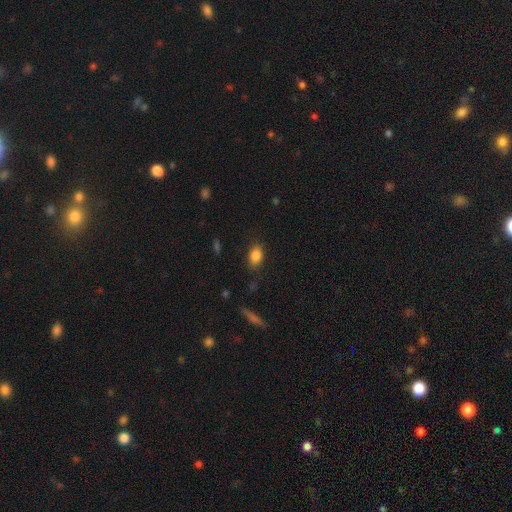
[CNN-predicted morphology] Overall: smooth (85%). How rounded: in between (84%). Merging: none (81%).